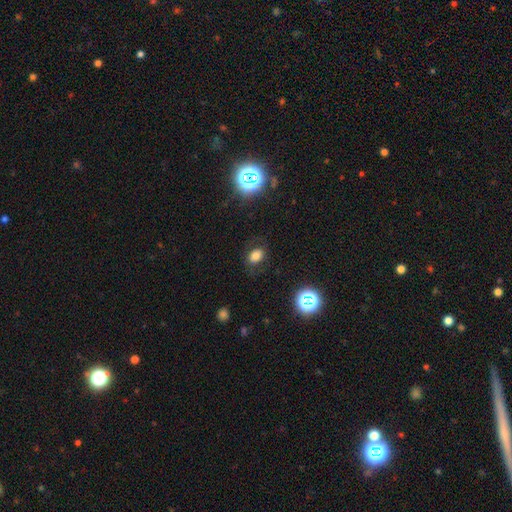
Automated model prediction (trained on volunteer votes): Morphology: type=smooth (69%); roundness=in between (74%); merging=none (77%).